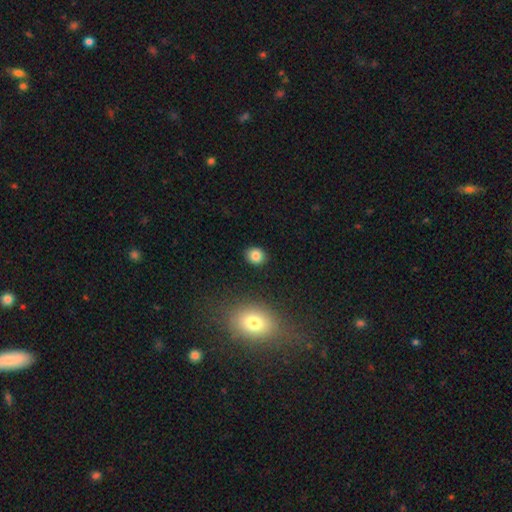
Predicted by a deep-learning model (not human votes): The model was most divided on "how rounded": round: 68%, in between: 31%, cigar-shaped: 1%. More confident: merging — none (89%); smooth or featured — smooth (84%).